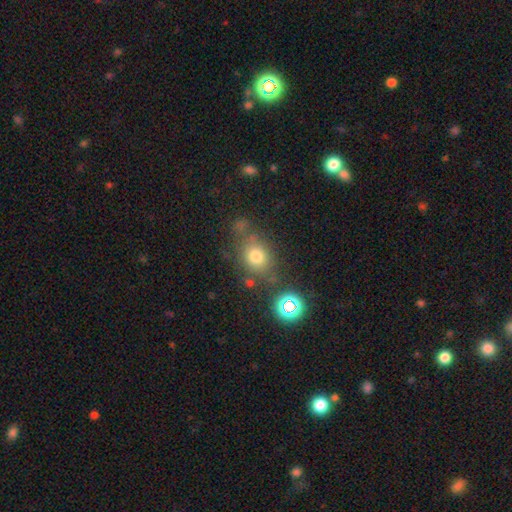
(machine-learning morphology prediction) Q: Smooth or featured?
A: smooth (71%); runner-up: star or artifact (16%)
Q: How rounded?
A: round (57%); runner-up: in between (42%)
Q: Merging?
A: none (62%); runner-up: minor disturbance (18%)